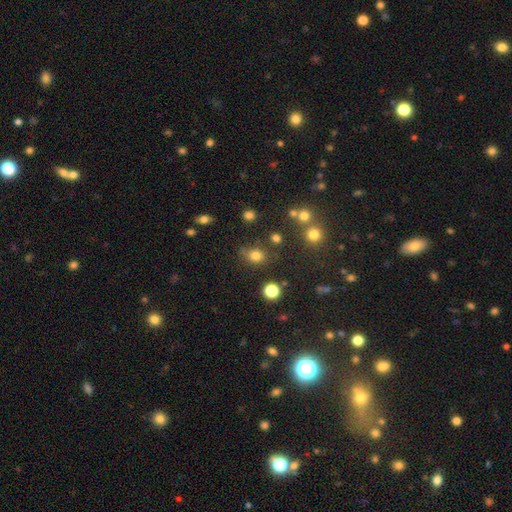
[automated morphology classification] Q: Smooth or featured?
A: smooth (77%); runner-up: star or artifact (16%)
Q: How rounded?
A: round (65%); runner-up: in between (34%)
Q: Merging?
A: none (74%); runner-up: minor disturbance (14%)